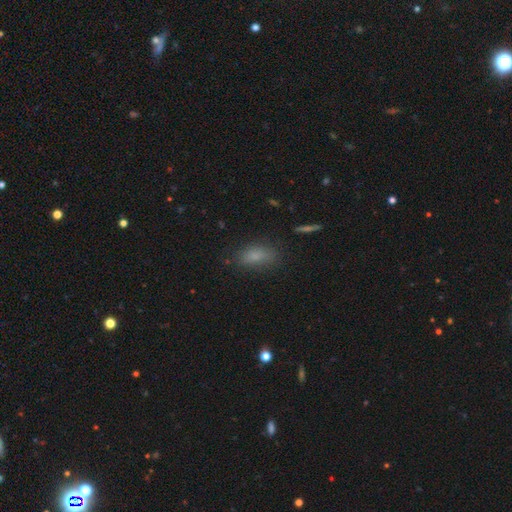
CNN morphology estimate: Overall: smooth (79%). How rounded: in between (83%). Merging: none (75%).